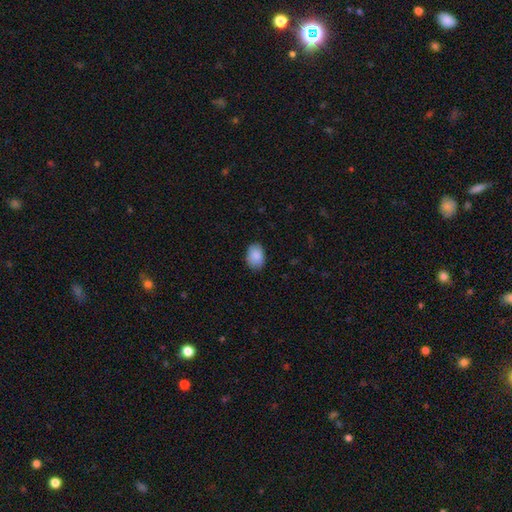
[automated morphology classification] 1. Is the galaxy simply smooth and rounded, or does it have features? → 89% smooth, 7% star or artifact, 4% featured or disk.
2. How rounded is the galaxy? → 81% in between, 18% round, 1% cigar-shaped.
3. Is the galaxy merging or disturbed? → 85% none, 12% minor disturbance, 2% major disturbance, 1% merger.